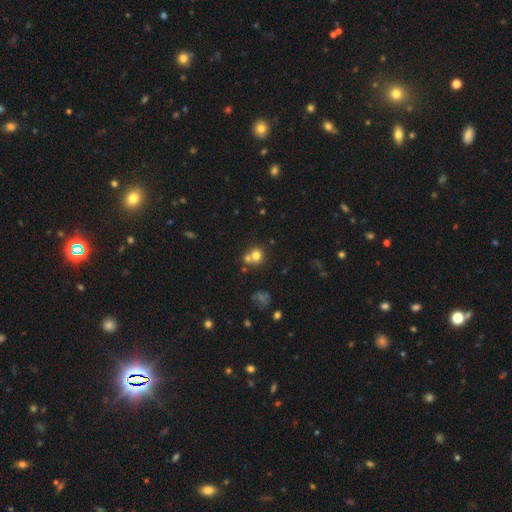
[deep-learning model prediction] A smooth galaxy with no disk features (74%) that is round (82%). Merging: none (50%).